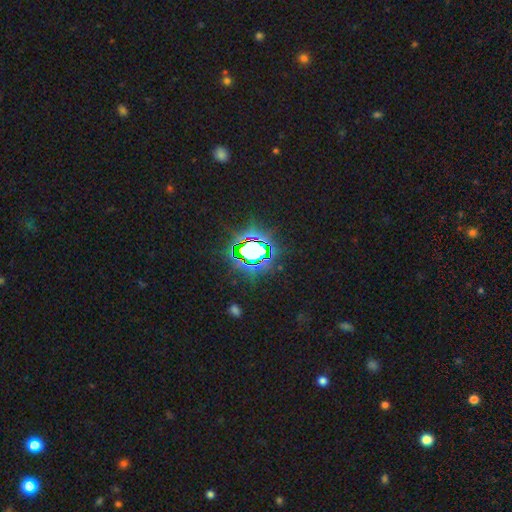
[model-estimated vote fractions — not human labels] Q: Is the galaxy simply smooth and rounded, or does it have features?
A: star or artifact — 77%.